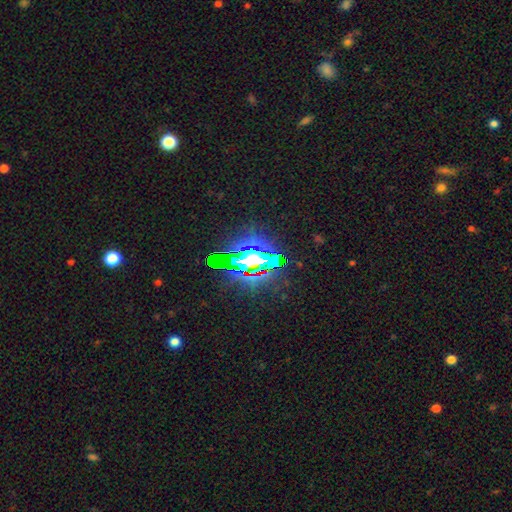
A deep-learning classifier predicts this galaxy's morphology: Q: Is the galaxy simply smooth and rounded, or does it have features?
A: star or artifact — 63%.